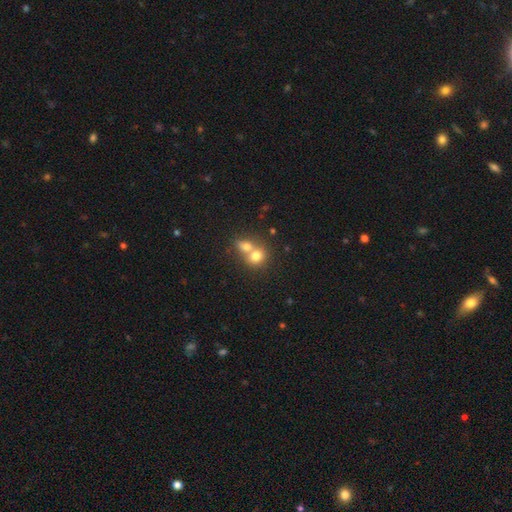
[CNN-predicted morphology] Overall: smooth (74%). How rounded: round (62%; in between 37%). Merging: merger (66%).